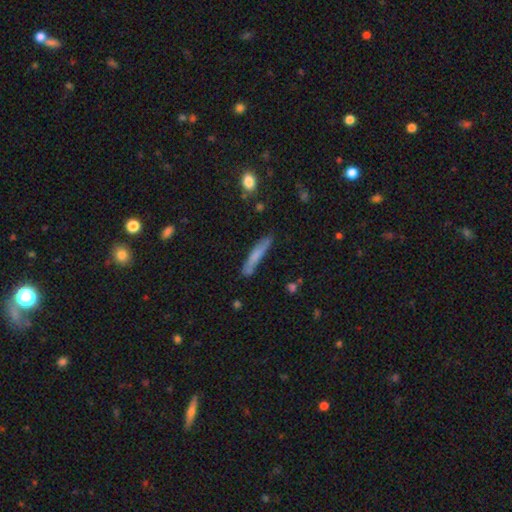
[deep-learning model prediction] smooth_or_featured: smooth (p=0.69) [alt: featured or disk p=0.24]
how_rounded: cigar-shaped (p=0.92) [alt: in between p=0.07]
merging: none (p=0.74) [alt: minor disturbance p=0.18]